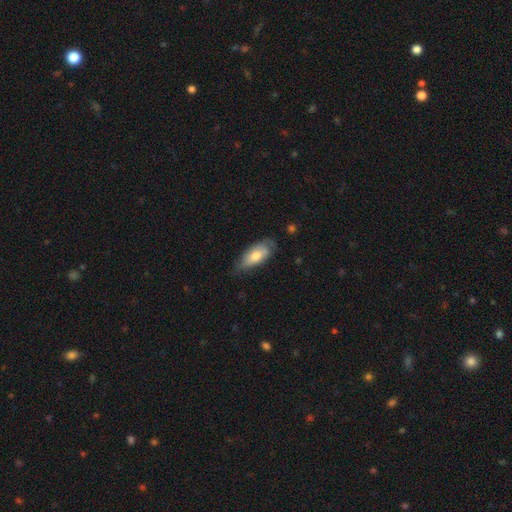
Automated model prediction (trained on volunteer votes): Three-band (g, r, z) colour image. It shows a smooth galaxy with no disk features (69%) that is in between round and cigar-shaped (81%). Merging: none (61%).